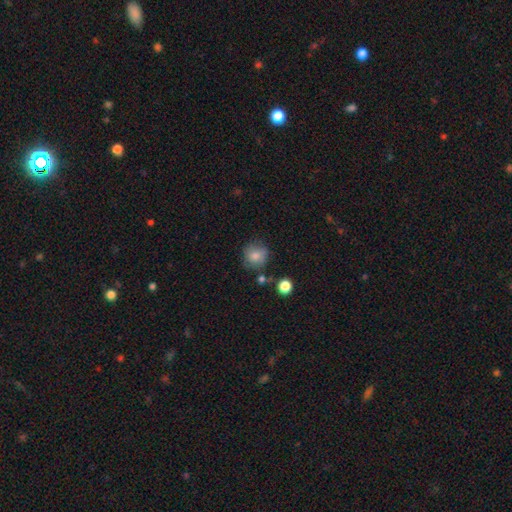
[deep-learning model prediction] Overall: smooth (80%). How rounded: round (87%). Merging: none (73%).